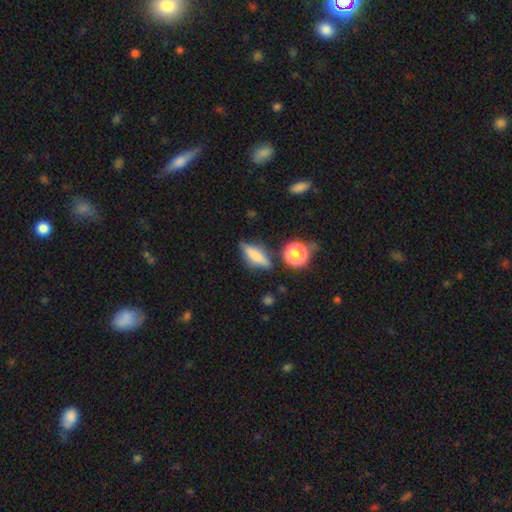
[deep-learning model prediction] A smooth galaxy with no disk features (58%) that is cigar-shaped (47%). Merging: none (72%).